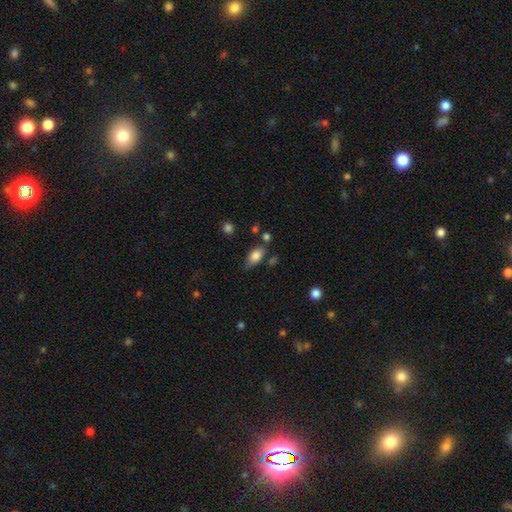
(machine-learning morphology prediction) smooth_or_featured: smooth (p=0.82) [alt: featured or disk p=0.10]
how_rounded: in between (p=0.89) [alt: round p=0.06]
merging: none (p=0.64) [alt: minor disturbance p=0.24]